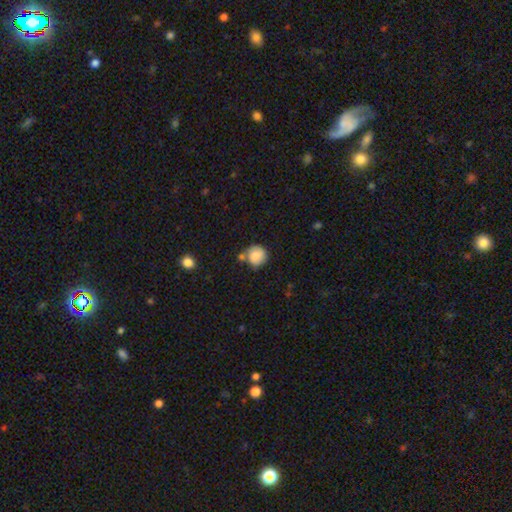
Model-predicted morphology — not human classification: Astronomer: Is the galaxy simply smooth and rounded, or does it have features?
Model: smooth — 81%.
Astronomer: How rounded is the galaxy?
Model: round — 88%.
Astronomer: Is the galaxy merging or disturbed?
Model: none — 63%.